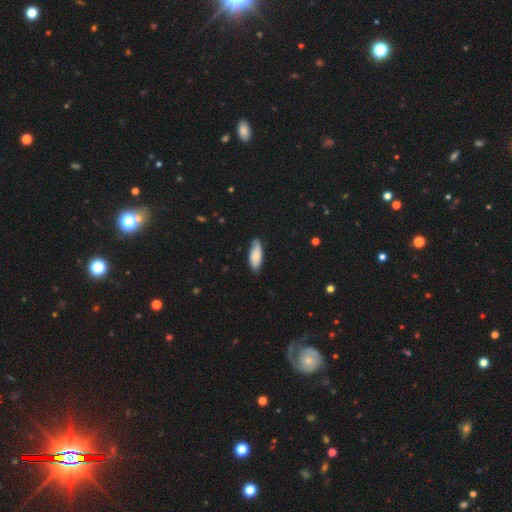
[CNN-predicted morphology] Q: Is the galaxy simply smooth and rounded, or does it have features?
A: smooth — 75%.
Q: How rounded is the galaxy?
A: in between — 78%.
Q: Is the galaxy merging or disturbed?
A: none — 76%.